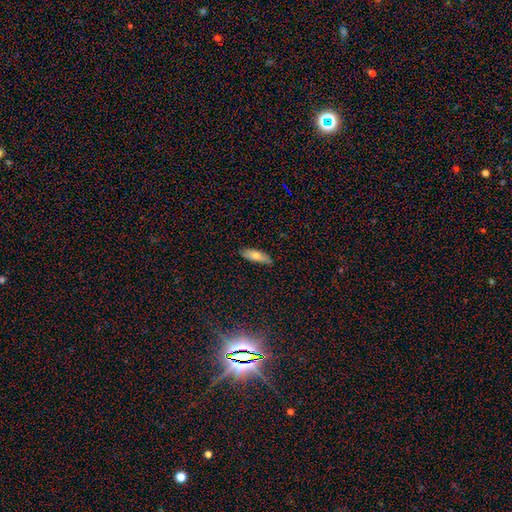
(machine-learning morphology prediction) A smooth galaxy with no disk features (73%) that is in between round and cigar-shaped (60%). Merging: none (81%).